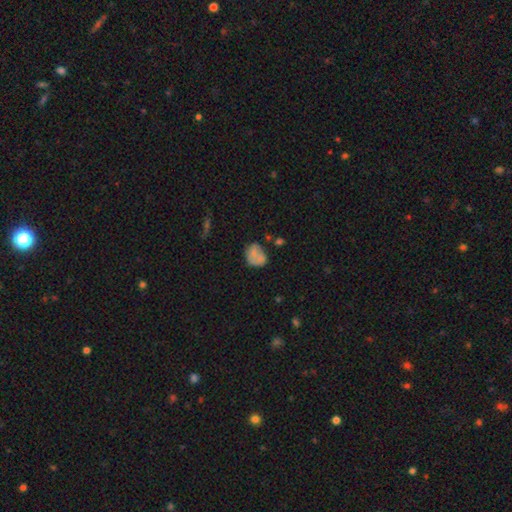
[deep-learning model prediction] Smooth or featured: smooth — 71% (featured or disk — 19%)
How rounded: round — 57% (in between — 42%)
Merging: none — 51% (minor disturbance — 29%)